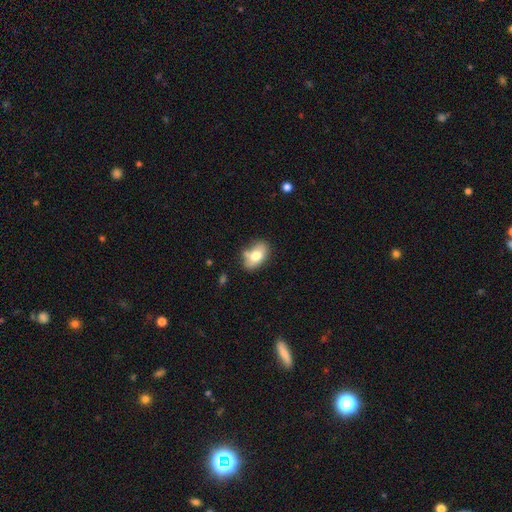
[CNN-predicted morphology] Q: Smooth or featured?
A: smooth (72%); runner-up: featured or disk (20%)
Q: How rounded?
A: in between (86%); runner-up: round (12%)
Q: Merging?
A: none (59%); runner-up: minor disturbance (24%)